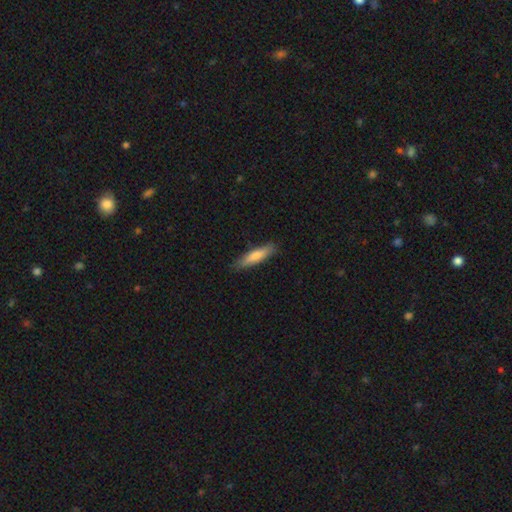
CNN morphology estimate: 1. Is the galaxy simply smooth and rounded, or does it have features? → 71% smooth, 24% featured or disk, 5% star or artifact.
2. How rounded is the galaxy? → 83% cigar-shaped, 16% in between, 1% round.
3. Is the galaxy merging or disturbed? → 87% none, 10% minor disturbance, 2% major disturbance, 1% merger.